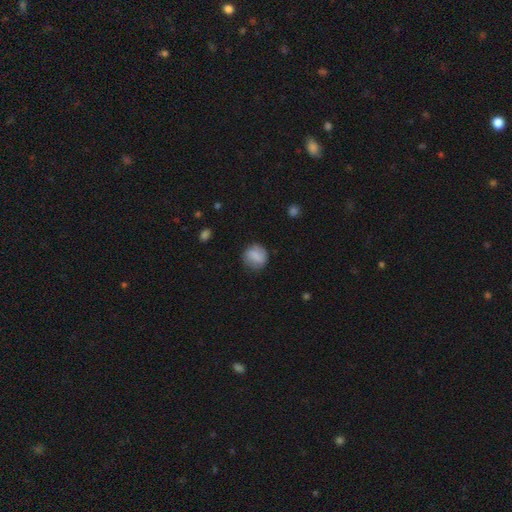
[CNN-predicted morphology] This appears to be a smooth galaxy with no disk features (76%) that is round (78%). Merging: none (78%).